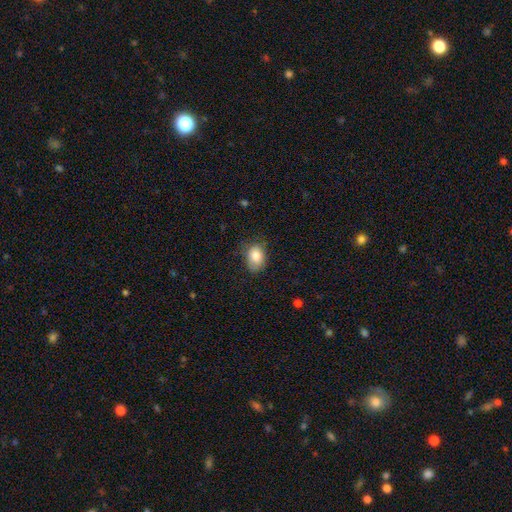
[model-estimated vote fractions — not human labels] The model was most divided on "merging": none: 63%, minor disturbance: 28%, major disturbance: 8%, merger: 1%. More confident: smooth or featured — smooth (81%); how rounded — in between (73%).